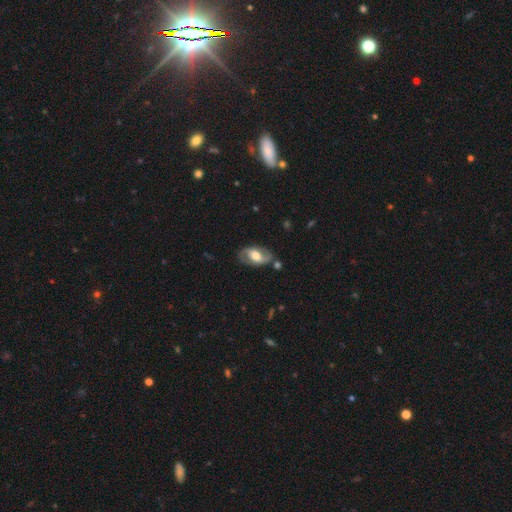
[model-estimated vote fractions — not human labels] Smooth or featured? featured or disk (66%)
Edge-on disk? no (94%)
Bar? weak (40%)
Spiral arms? yes (79%)
Bulge size? moderate (63%)
Merging? none (74%)